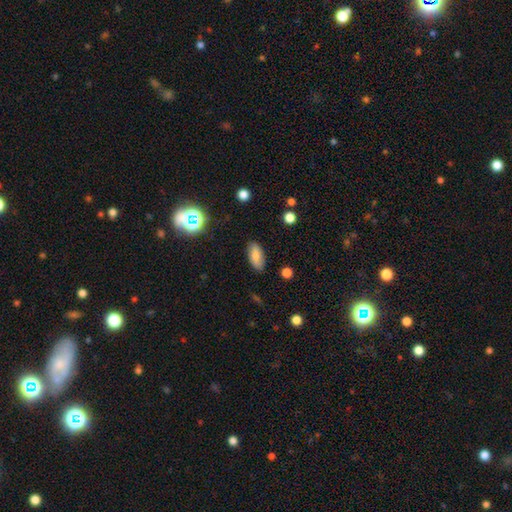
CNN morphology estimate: Smooth or featured?
  - smooth: 79% *
  - featured or disk: 11%
  - star or artifact: 9%
How rounded?
  - in between: 89% *
  - cigar-shaped: 8%
  - round: 3%
Merging?
  - none: 86% *
  - minor disturbance: 10%
  - major disturbance: 2%
  - merger: 1%